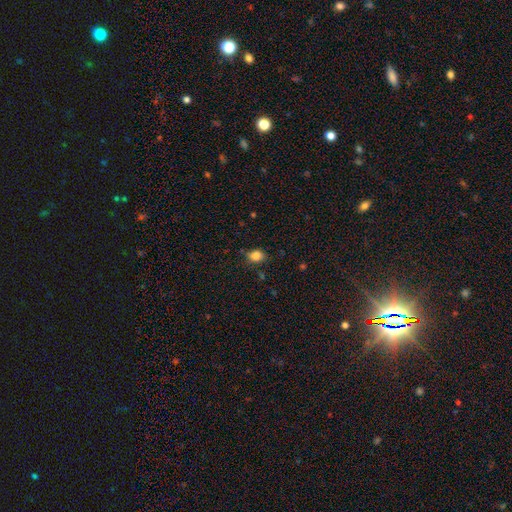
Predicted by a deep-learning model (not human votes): The model was most divided on "how rounded": in between: 58%, round: 41%, cigar-shaped: 1%. More confident: smooth or featured — smooth (84%); merging — none (74%).